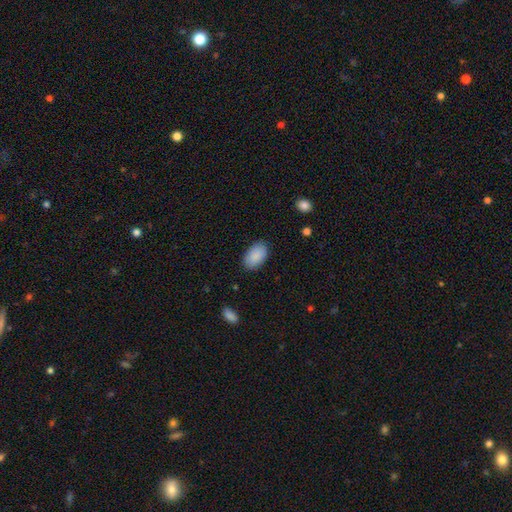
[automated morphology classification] Smooth or featured? smooth (89%)
How rounded? in between (94%)
Merging? none (86%)